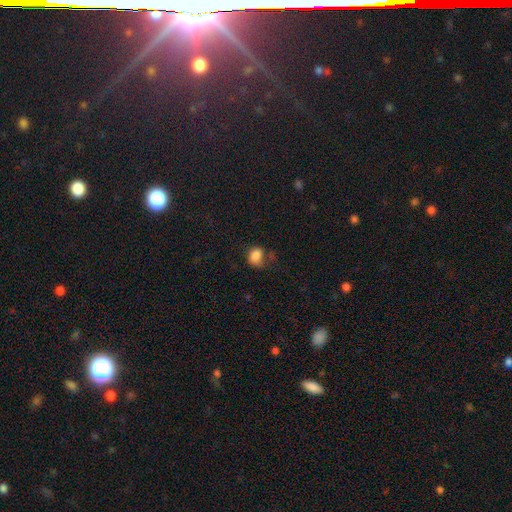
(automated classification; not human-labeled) Morphology: type=smooth (84%); roundness=in between (55%); merging=none (49%).